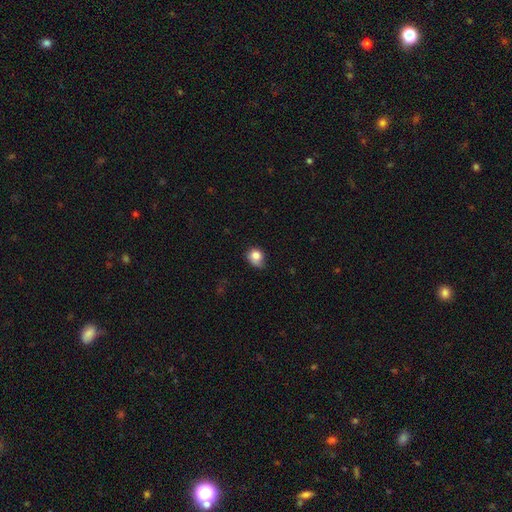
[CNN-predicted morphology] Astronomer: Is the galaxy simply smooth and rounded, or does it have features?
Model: smooth — 81%.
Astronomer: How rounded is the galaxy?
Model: round — 67%.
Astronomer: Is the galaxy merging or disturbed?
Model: none — 45% (runner-up: minor disturbance, 41%).